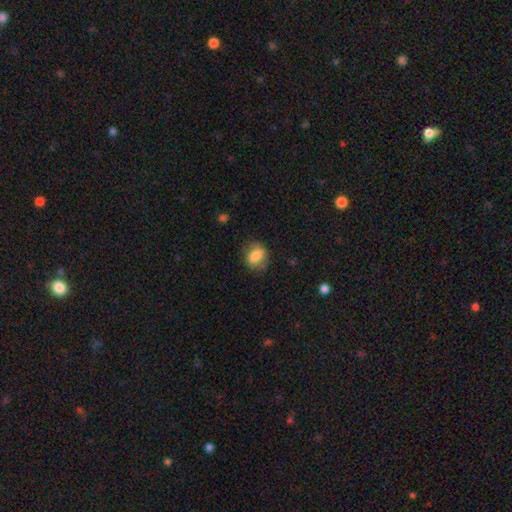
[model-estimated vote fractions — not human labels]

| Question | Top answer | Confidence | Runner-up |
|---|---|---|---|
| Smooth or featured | smooth | 78% | featured or disk (14%) |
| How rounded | in between | 57% | round (42%) |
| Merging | none | 70% | minor disturbance (21%) |